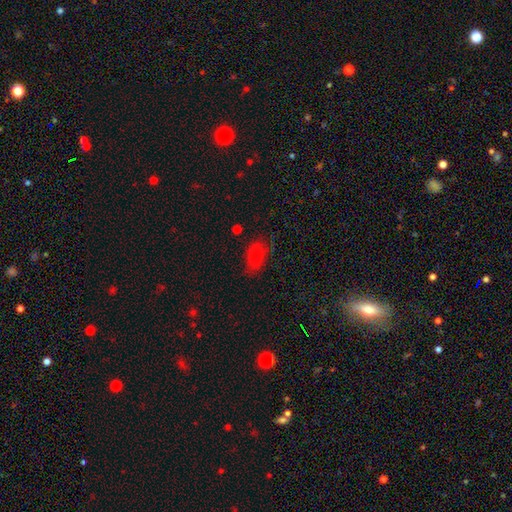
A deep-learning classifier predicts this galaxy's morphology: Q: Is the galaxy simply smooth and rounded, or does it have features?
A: smooth — 75%.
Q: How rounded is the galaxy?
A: in between — 87%.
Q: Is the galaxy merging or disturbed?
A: none — 73%.